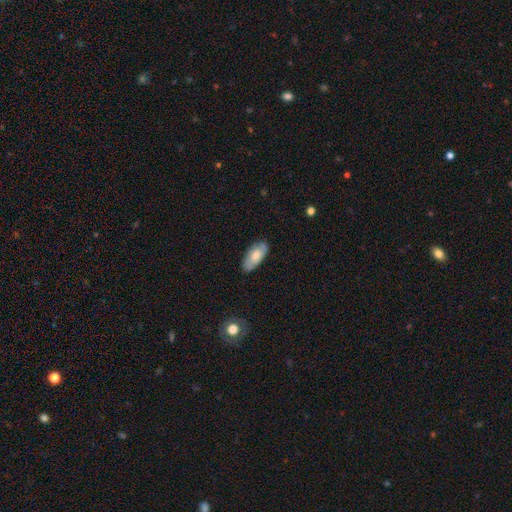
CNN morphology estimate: A smooth galaxy with no disk features (66%) that is in between round and cigar-shaped (90%).

Vote fractions:
- Smooth or featured? smooth: 66% / featured or disk: 27% / star or artifact: 6%
- How rounded? in between: 90% / cigar-shaped: 8% / round: 2%
- Merging? none: 81% / minor disturbance: 15% / major disturbance: 3% / merger: 1%